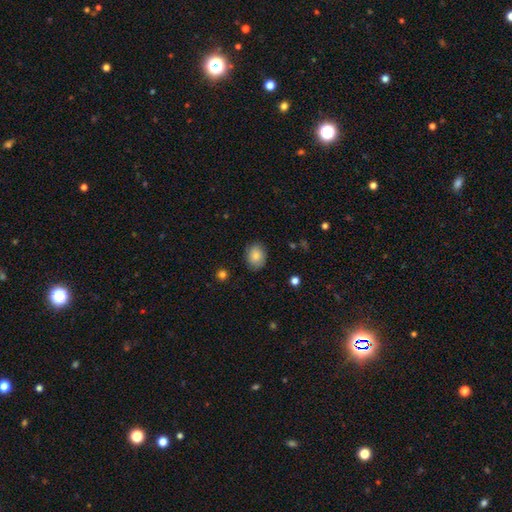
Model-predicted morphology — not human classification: A smooth galaxy with no disk features (84%) that is in between round and cigar-shaped (54%). Merging: none (83%).